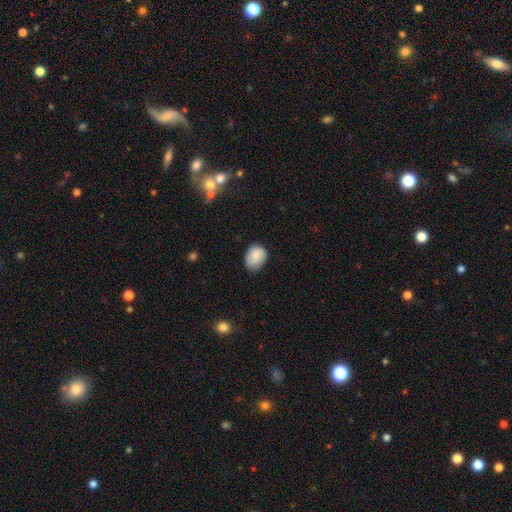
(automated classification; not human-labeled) This appears to be a smooth galaxy with no disk features (83%) that is in between round and cigar-shaped (59%). Merging: none (72%).